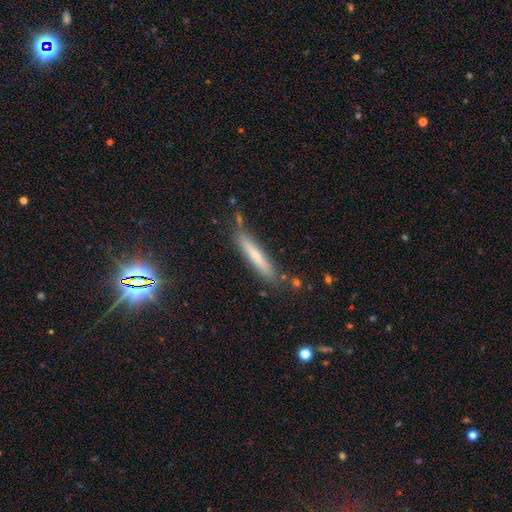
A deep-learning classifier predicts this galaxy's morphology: The model was most divided on "smooth or featured": smooth: 57%, featured or disk: 32%, star or artifact: 10%. More confident: how rounded — cigar-shaped (92%); merging — none (80%).